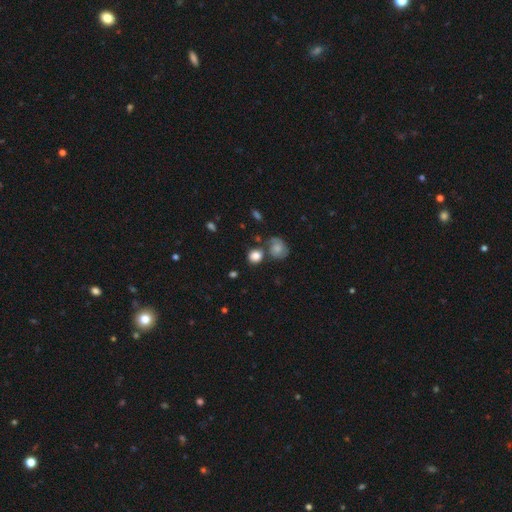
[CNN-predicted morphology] Smooth or featured: smooth — 81% (star or artifact — 10%)
How rounded: round — 79% (in between — 19%)
Merging: none — 63% (merger — 17%)